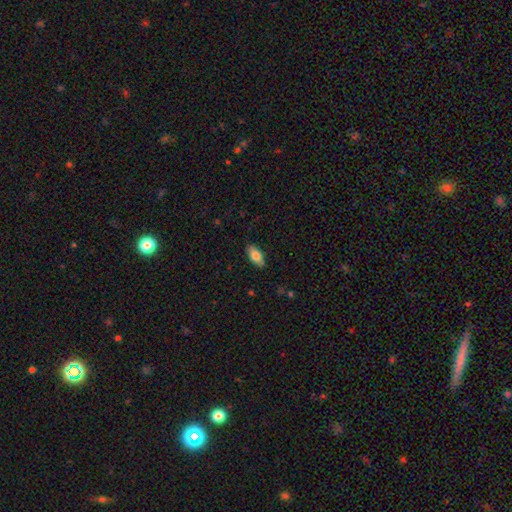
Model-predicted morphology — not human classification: Smooth or featured: smooth — 78% (featured or disk — 16%)
How rounded: in between — 89% (cigar-shaped — 8%)
Merging: none — 87% (minor disturbance — 10%)